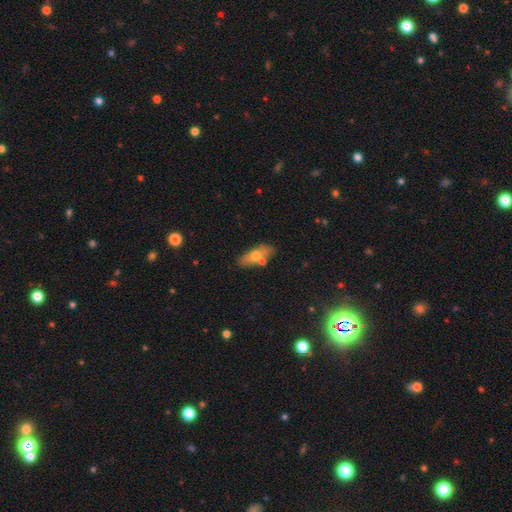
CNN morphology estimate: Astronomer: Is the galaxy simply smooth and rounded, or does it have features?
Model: smooth — 64%.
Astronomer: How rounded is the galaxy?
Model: in between — 75%.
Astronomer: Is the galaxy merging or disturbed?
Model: none — 67%.